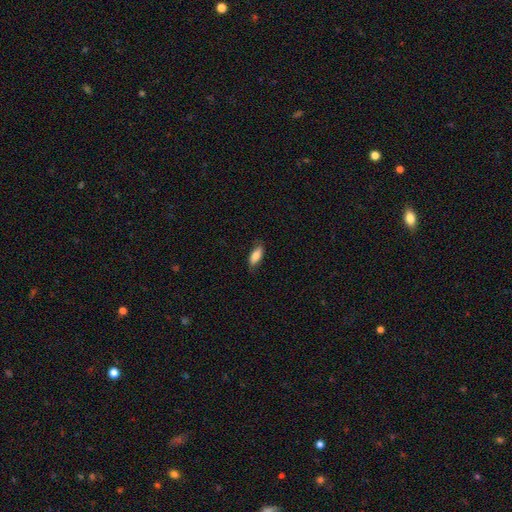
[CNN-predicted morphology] smooth-or-featured: smooth: 80% | featured or disk: 13% | star or artifact: 7%
  how-rounded: in between: 80% | cigar-shaped: 18% | round: 2%
  merging: none: 79% | minor disturbance: 17% | major disturbance: 3% | merger: 1%